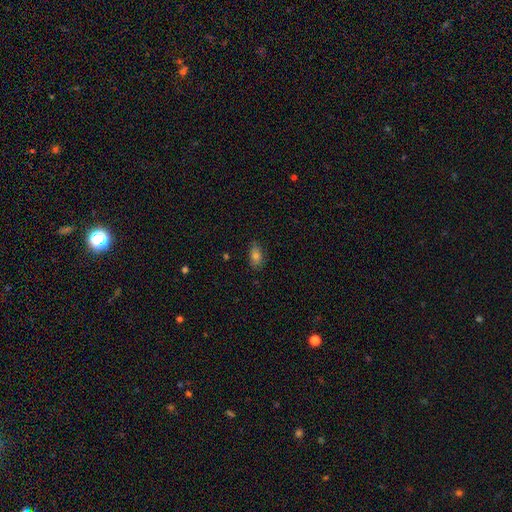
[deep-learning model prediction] A smooth galaxy with no disk features (78%) that is in between round and cigar-shaped (88%). Merging: none (80%).